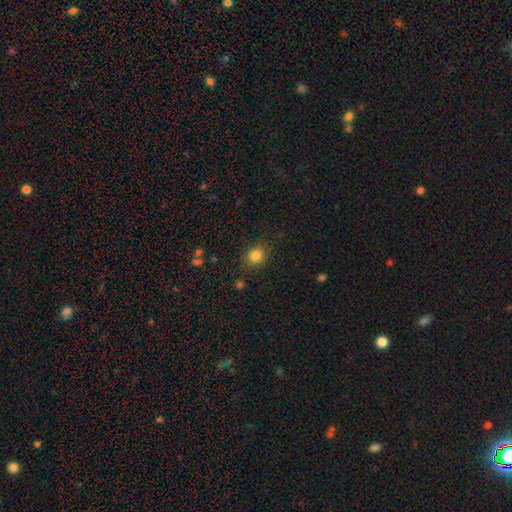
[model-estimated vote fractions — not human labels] Morphology: type=smooth (84%); roundness=round (78%); merging=none (82%).